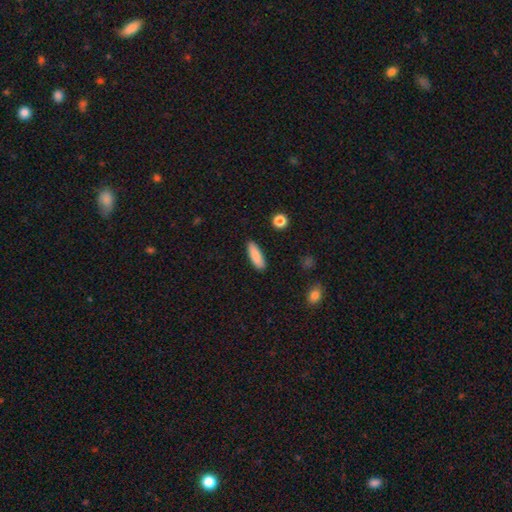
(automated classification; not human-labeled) Smooth or featured? Predicted: smooth (p=0.87). How rounded? Predicted: cigar-shaped (p=0.53). Merging? Predicted: none (p=0.90).